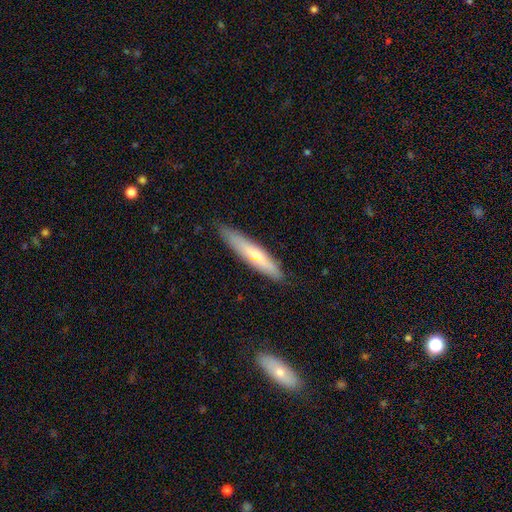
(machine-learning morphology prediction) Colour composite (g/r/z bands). It shows a smooth galaxy with no disk features (58%) that is cigar-shaped (89%). Merging: none (86%).